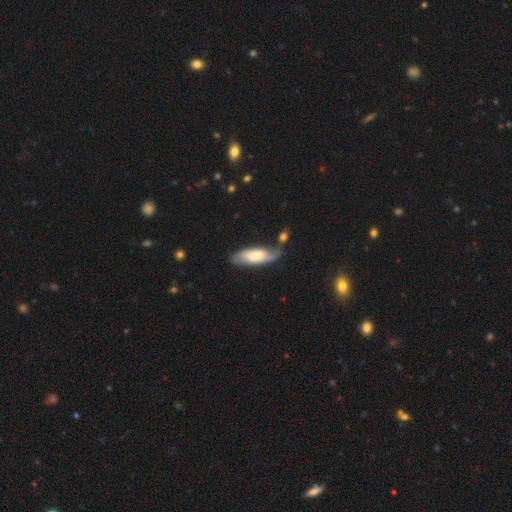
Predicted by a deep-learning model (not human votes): The model was most divided on "smooth or featured": smooth: 57%, featured or disk: 37%, star or artifact: 6%. More confident: how rounded — in between (65%); merging — none (58%).